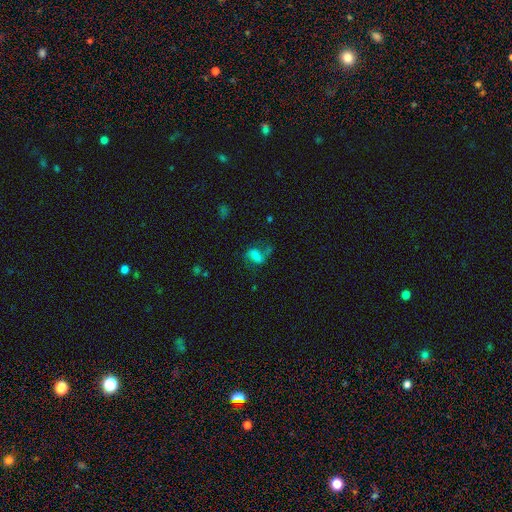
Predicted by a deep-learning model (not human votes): Smooth or featured: smooth — 57% (featured or disk — 28%)
How rounded: in between — 80% (round — 16%)
Merging: none — 42% (major disturbance — 25%)